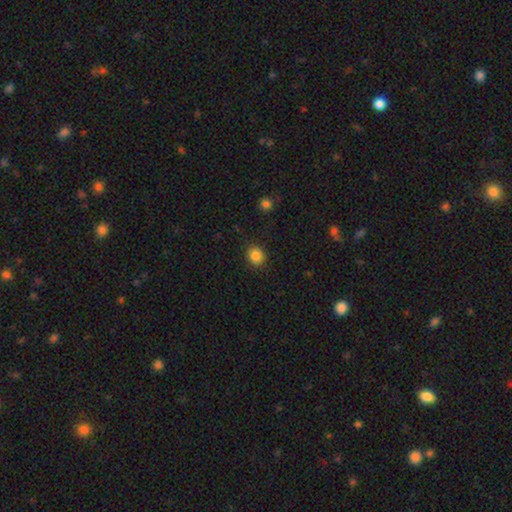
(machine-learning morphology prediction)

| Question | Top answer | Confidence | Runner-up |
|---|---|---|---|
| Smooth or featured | smooth | 86% | star or artifact (10%) |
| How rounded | round | 78% | in between (21%) |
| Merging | none | 90% | minor disturbance (7%) |